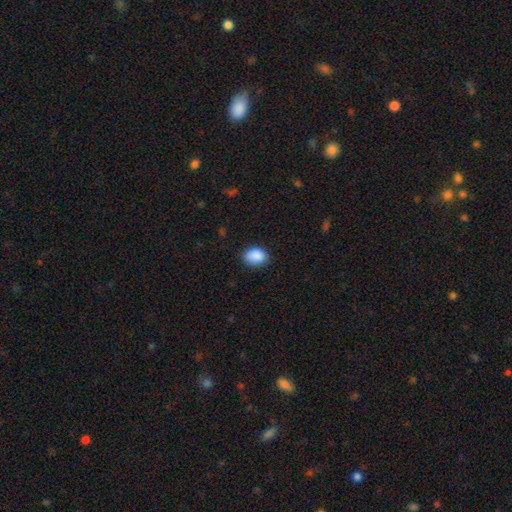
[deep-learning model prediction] A smooth galaxy with no disk features (89%) that is in between round and cigar-shaped (74%).

Vote fractions:
- Smooth or featured? smooth: 89% / star or artifact: 8% / featured or disk: 3%
- How rounded? in between: 74% / round: 25% / cigar-shaped: 1%
- Merging? none: 83% / minor disturbance: 13% / major disturbance: 3% / merger: 1%